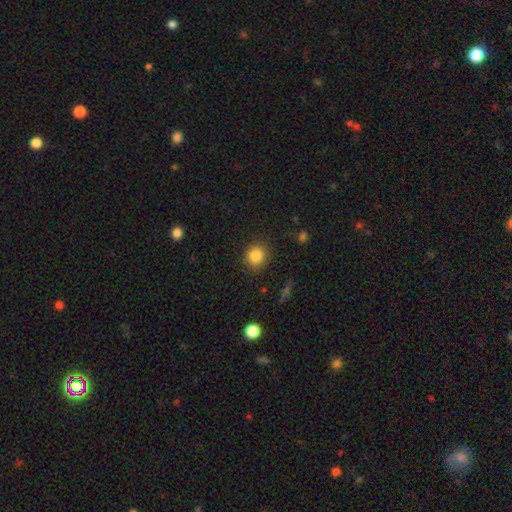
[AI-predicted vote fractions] Q: Smooth or featured?
A: smooth (84%); runner-up: star or artifact (11%)
Q: How rounded?
A: round (85%); runner-up: in between (14%)
Q: Merging?
A: none (87%); runner-up: minor disturbance (8%)